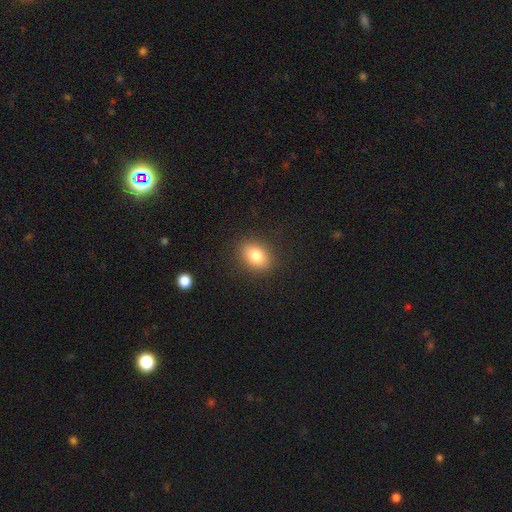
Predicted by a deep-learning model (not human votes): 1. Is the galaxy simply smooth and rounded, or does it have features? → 81% smooth, 10% star or artifact, 9% featured or disk.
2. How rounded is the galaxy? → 67% in between, 32% round, 1% cigar-shaped.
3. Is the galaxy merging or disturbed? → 88% none, 8% minor disturbance, 3% major disturbance, 1% merger.